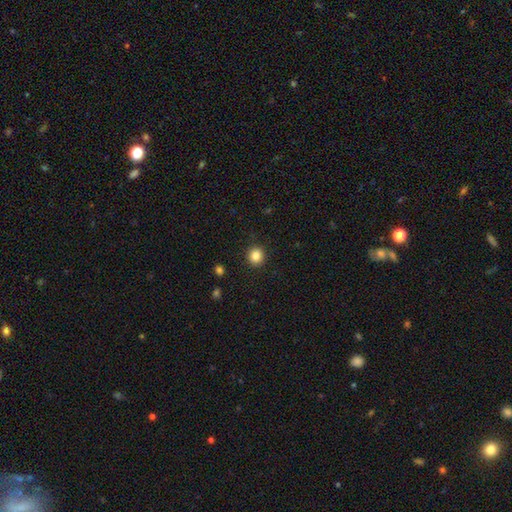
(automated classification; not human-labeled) Smooth or featured? Predicted: smooth (p=0.84). How rounded? Predicted: round (p=0.91). Merging? Predicted: none (p=0.92).